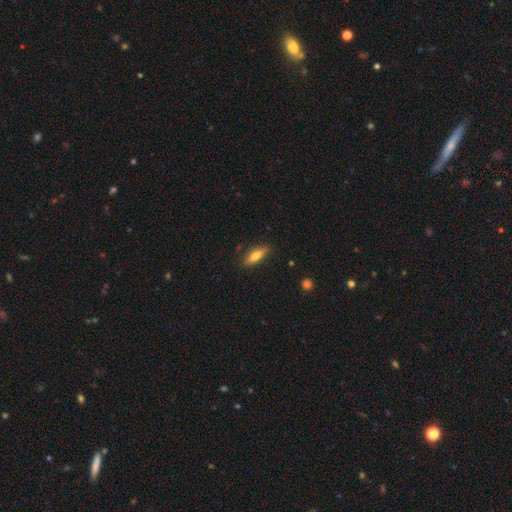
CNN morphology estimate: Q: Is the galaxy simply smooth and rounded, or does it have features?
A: smooth — 62%.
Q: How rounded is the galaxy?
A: cigar-shaped — 55%.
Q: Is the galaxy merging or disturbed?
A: none — 86%.